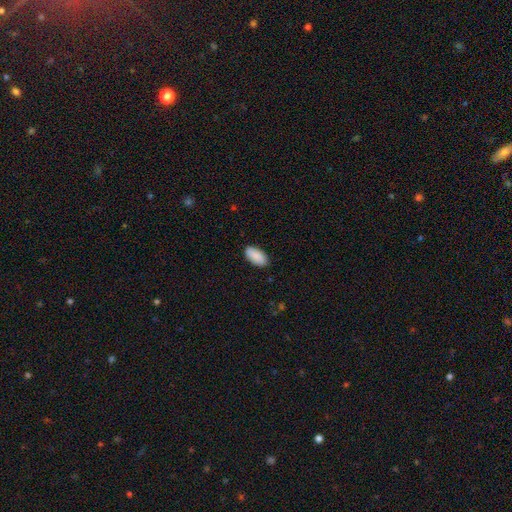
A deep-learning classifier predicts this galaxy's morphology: A smooth galaxy with no disk features (90%) that is in between round and cigar-shaped (94%). Merging: none (87%).